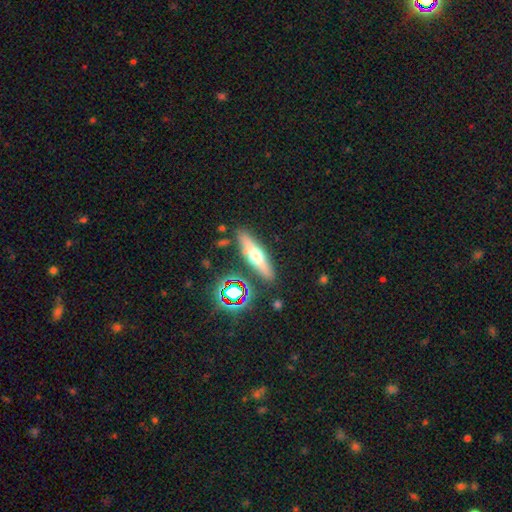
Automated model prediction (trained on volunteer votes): smooth_or_featured: featured or disk (p=0.52) [alt: smooth p=0.37]
disk_edge_on: yes (p=0.90) [alt: no p=0.10]
merging: none (p=0.84) [alt: minor disturbance p=0.09]